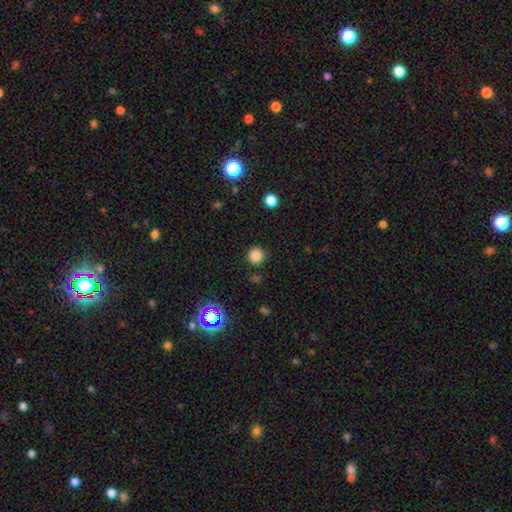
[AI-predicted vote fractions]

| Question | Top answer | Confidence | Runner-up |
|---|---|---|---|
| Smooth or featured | smooth | 83% | star or artifact (14%) |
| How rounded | round | 94% | in between (5%) |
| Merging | none | 89% | minor disturbance (7%) |